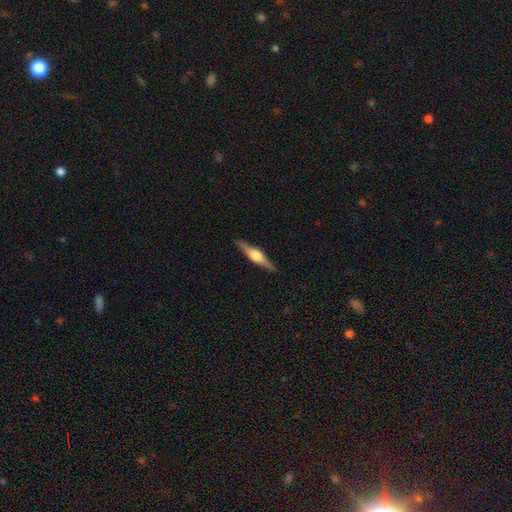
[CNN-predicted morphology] Smooth or featured?
  - featured or disk: 76% *
  - smooth: 19%
  - star or artifact: 5%
Edge-on disk?
  - yes: 98% *
  - no: 2%
Edge-on bulge?
  - rounded: 88% *
  - boxy: 10%
  - none: 2%
Merging?
  - none: 90% *
  - minor disturbance: 7%
  - major disturbance: 1%
  - merger: 1%